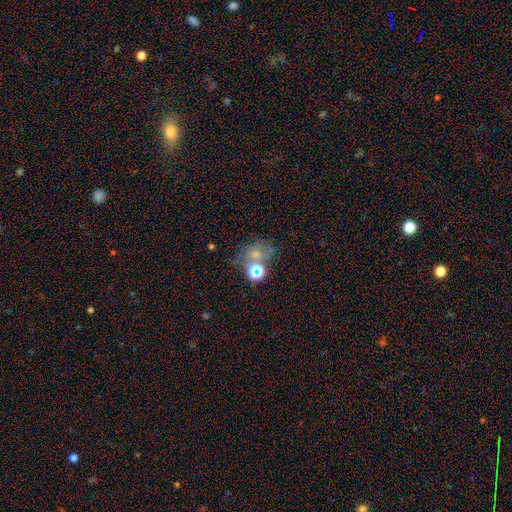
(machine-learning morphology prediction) type=smooth (42%); merging=none (48%).